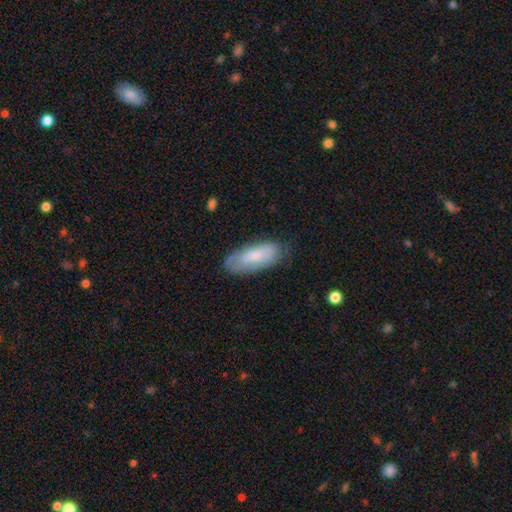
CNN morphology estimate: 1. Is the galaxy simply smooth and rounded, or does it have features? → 71% smooth, 22% featured or disk, 6% star or artifact.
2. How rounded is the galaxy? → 80% in between, 18% cigar-shaped, 2% round.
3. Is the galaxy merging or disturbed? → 67% none, 25% minor disturbance, 7% major disturbance, 2% merger.